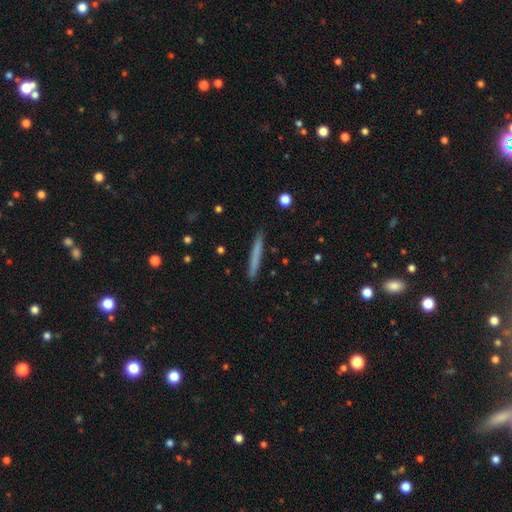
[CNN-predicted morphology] This appears to be a smooth galaxy with no disk features (70%) that is cigar-shaped (97%). Merging: none (91%).